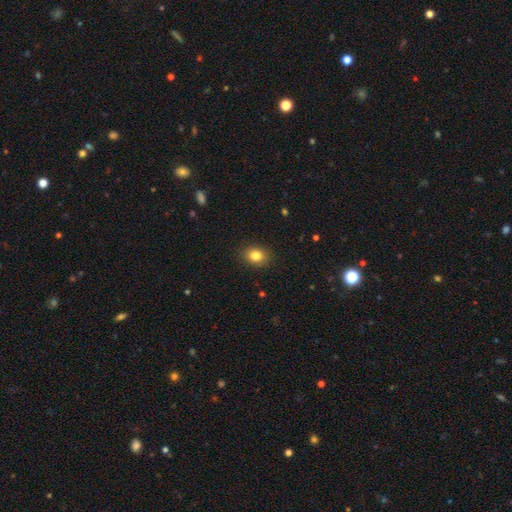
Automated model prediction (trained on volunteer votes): Smooth or featured: smooth — 84% (star or artifact — 10%)
How rounded: in between — 53% (round — 46%)
Merging: none — 89% (minor disturbance — 8%)